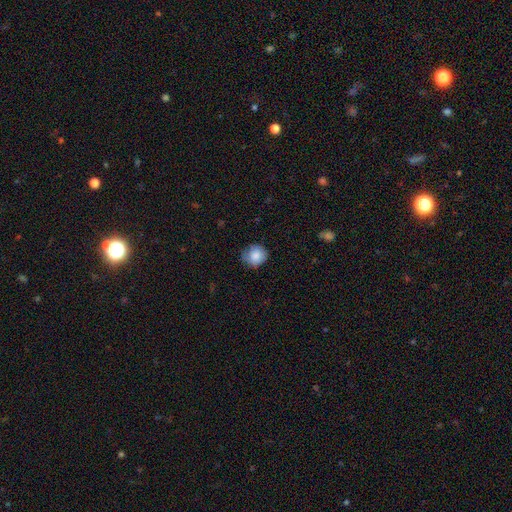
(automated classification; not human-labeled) Smooth or featured?
  - smooth: 83% *
  - featured or disk: 9%
  - star or artifact: 8%
How rounded?
  - round: 85% *
  - in between: 14%
  - cigar-shaped: 1%
Merging?
  - none: 67% *
  - minor disturbance: 26%
  - major disturbance: 5%
  - merger: 1%